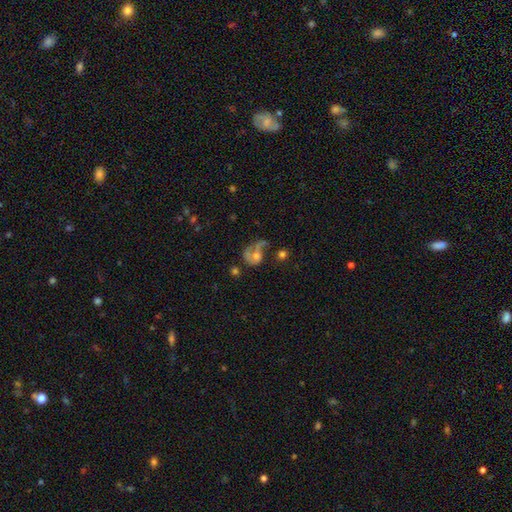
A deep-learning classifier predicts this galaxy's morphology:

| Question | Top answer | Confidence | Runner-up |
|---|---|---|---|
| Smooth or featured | featured or disk | 58% | smooth (31%) |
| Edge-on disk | no | 97% | yes (3%) |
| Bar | no | 78% | weak (19%) |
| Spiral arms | yes | 69% | no (31%) |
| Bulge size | moderate | 48% | small (32%) |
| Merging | major disturbance | 44% | none (25%) |